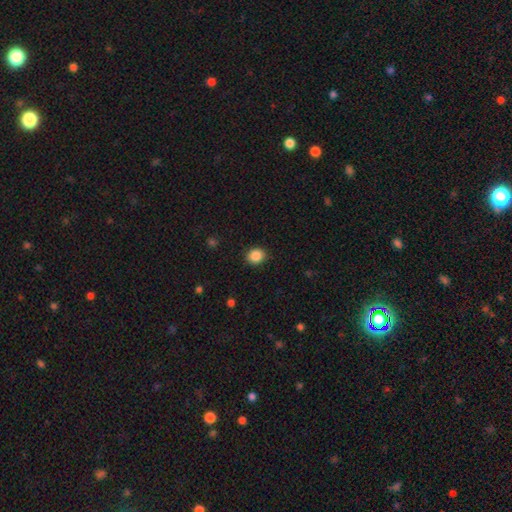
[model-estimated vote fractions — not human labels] A smooth galaxy with no disk features (88%) that is round (71%). Merging: none (89%).